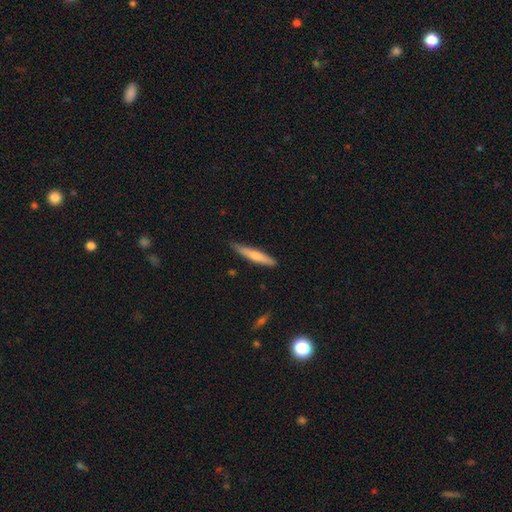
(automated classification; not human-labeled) Overall: smooth (62%; featured or disk 33%). How rounded: cigar-shaped (91%). Merging: none (82%).